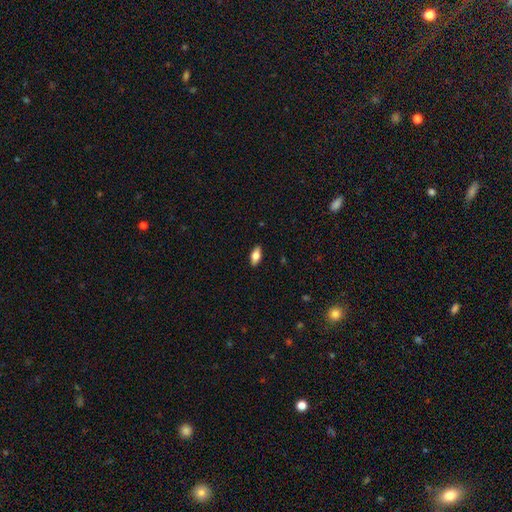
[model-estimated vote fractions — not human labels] smooth-or-featured: smooth: 75% | featured or disk: 18% | star or artifact: 7%
  how-rounded: in between: 85% | cigar-shaped: 12% | round: 3%
  merging: none: 89% | minor disturbance: 9% | major disturbance: 2% | merger: 1%